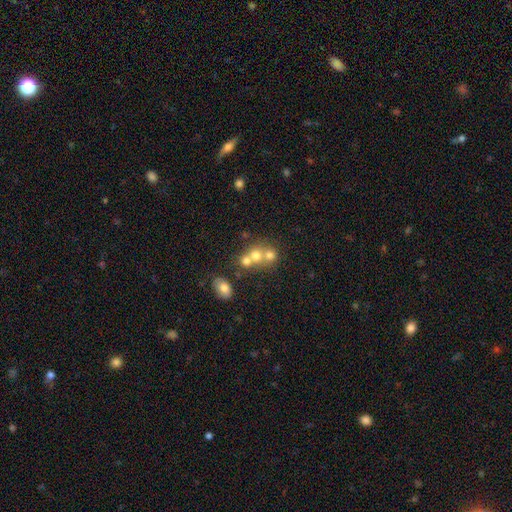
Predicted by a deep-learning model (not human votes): Q: Smooth or featured?
A: smooth (66%); runner-up: featured or disk (20%)
Q: How rounded?
A: round (78%); runner-up: in between (21%)
Q: Merging?
A: merger (57%); runner-up: none (34%)